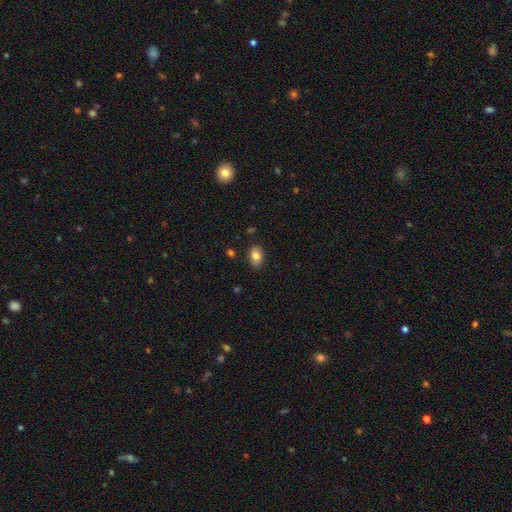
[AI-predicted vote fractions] Smooth or featured: smooth — 83% (featured or disk — 9%)
How rounded: in between — 86% (round — 12%)
Merging: none — 83% (minor disturbance — 12%)